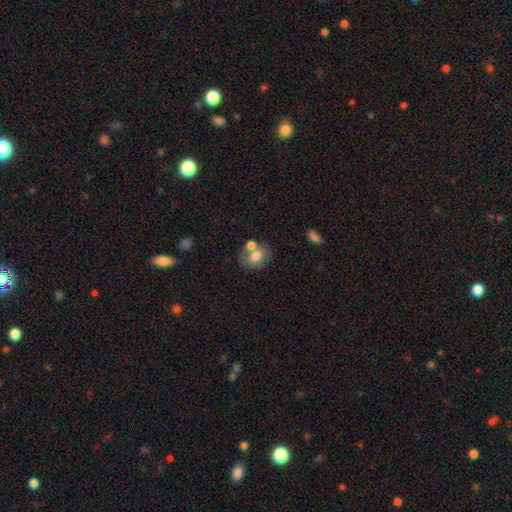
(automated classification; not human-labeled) Smooth or featured? Predicted: smooth (p=0.69). How rounded? Predicted: in between (p=0.59). Merging? Predicted: none (p=0.46).